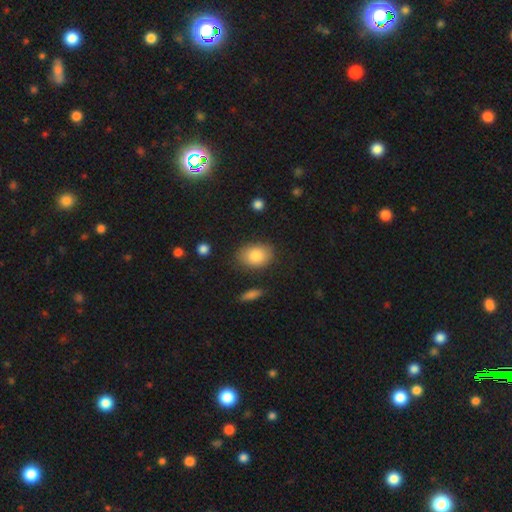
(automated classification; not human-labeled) The model was most divided on "how rounded": in between: 78%, round: 20%, cigar-shaped: 1%. More confident: smooth or featured — smooth (85%); merging — none (80%).